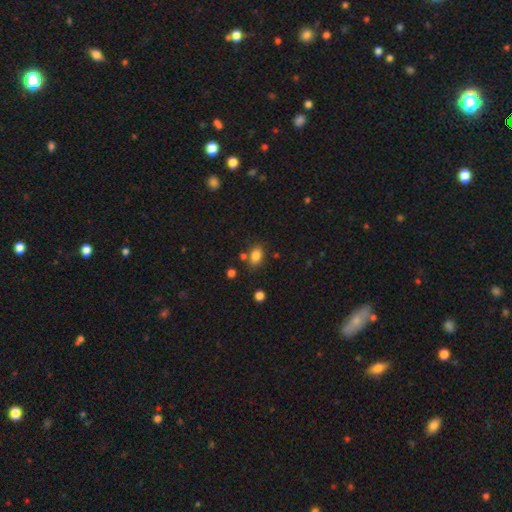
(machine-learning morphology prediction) smooth 83%, star or artifact 11%, featured or disk 6%. Down the decision tree: how rounded — in between (83%); merging — none (73%).